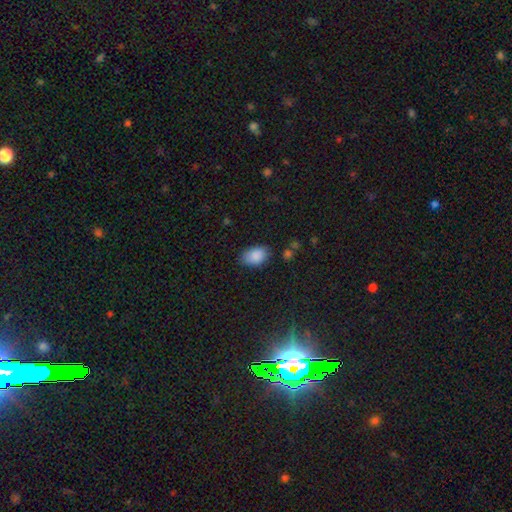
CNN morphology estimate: Q: Smooth or featured?
A: smooth (89%); runner-up: star or artifact (7%)
Q: How rounded?
A: in between (90%); runner-up: round (9%)
Q: Merging?
A: none (81%); runner-up: minor disturbance (14%)